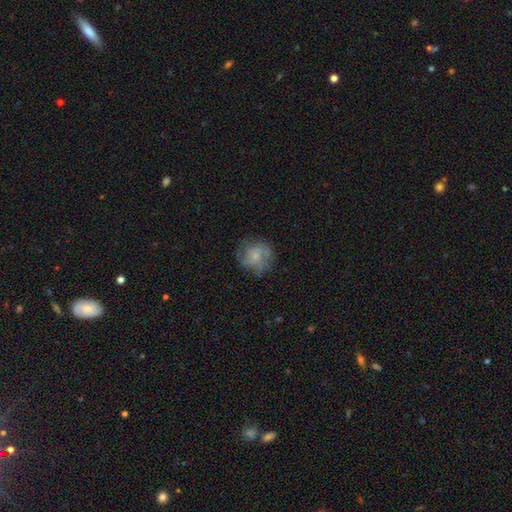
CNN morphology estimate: smooth_or_featured: featured or disk (p=0.46) [alt: smooth p=0.45]
merging: none (p=0.64) [alt: minor disturbance p=0.21]